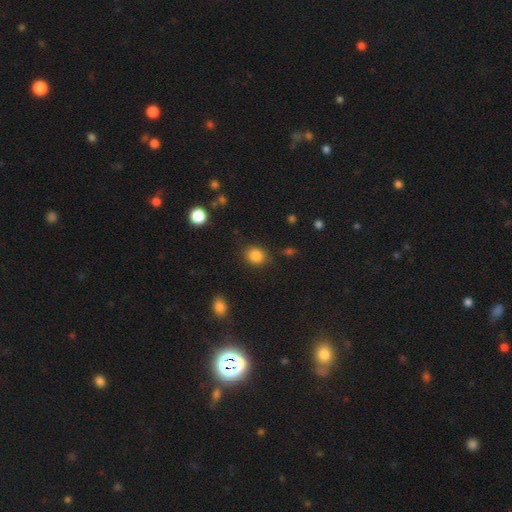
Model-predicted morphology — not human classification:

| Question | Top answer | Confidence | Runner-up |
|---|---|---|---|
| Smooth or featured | smooth | 85% | star or artifact (10%) |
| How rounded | round | 61% | in between (38%) |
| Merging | none | 83% | minor disturbance (11%) |